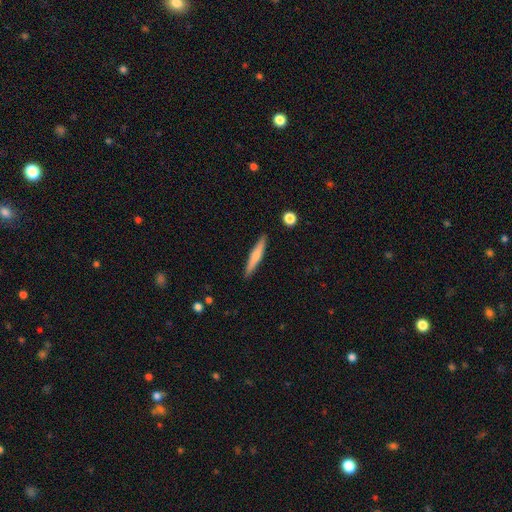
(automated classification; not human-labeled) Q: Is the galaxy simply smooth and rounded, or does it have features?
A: smooth — 59%.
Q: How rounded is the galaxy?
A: cigar-shaped — 92%.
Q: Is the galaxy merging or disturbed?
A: none — 90%.